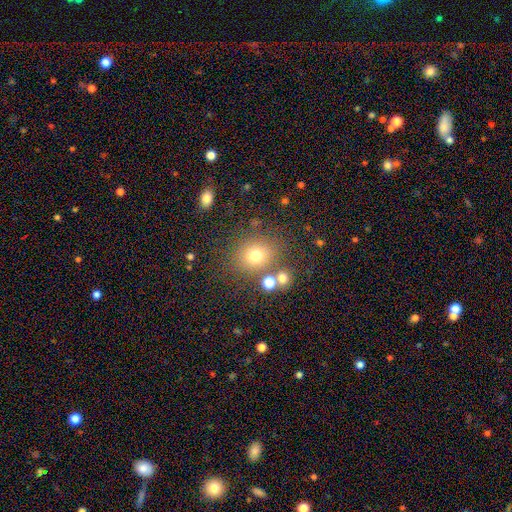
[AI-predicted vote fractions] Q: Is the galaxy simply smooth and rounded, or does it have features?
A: smooth — 72%.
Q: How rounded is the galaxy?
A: round — 77%.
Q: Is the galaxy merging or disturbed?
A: none — 74%.